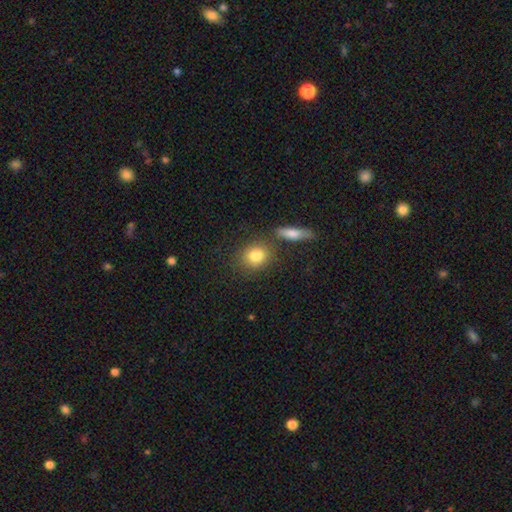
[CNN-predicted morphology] This appears to be a smooth galaxy with no disk features (82%) that is round (64%). Merging: none (73%).